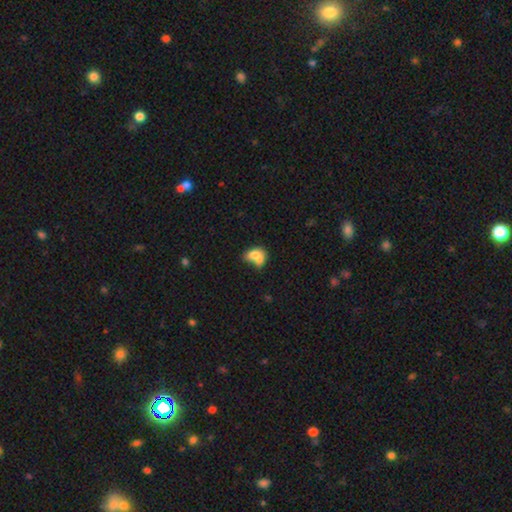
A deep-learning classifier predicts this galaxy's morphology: A smooth galaxy with no disk features (73%) that is in between round and cigar-shaped (71%). Merging: merger (58%).